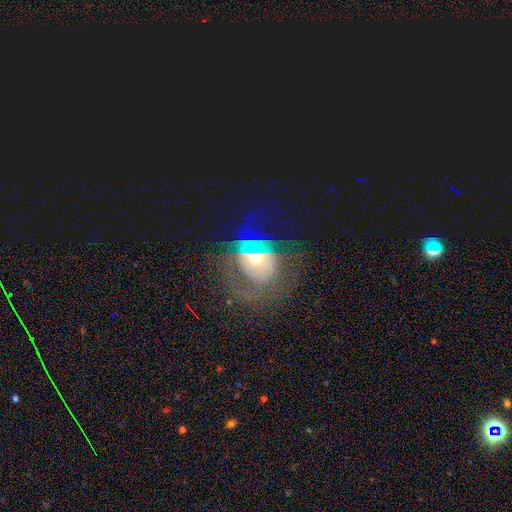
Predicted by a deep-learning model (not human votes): This is possibly a featured or disk galaxy (51%). It is clearly not viewed edge-on (96%). Merging: marginally none (43%).